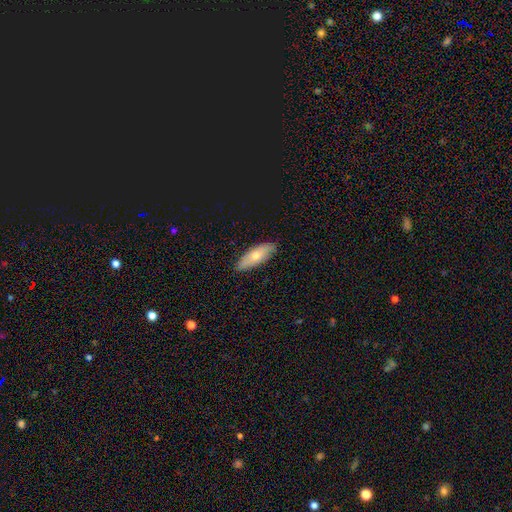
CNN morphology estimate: Smooth or featured: smooth — 68% (featured or disk — 26%)
How rounded: in between — 71% (cigar-shaped — 27%)
Merging: none — 85% (minor disturbance — 12%)